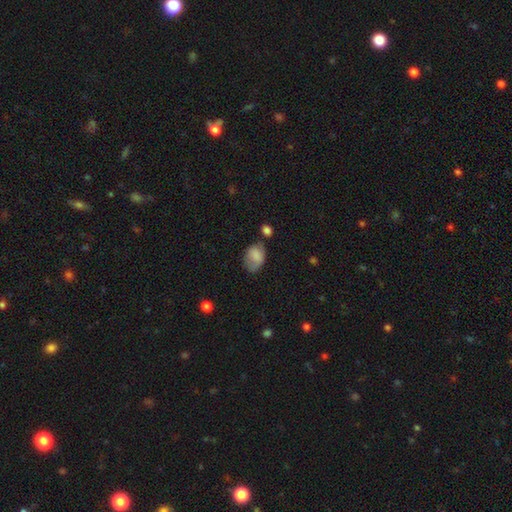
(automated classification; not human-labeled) Q: Smooth or featured?
A: smooth (79%); runner-up: featured or disk (12%)
Q: How rounded?
A: in between (78%); runner-up: round (21%)
Q: Merging?
A: none (45%); runner-up: minor disturbance (33%)